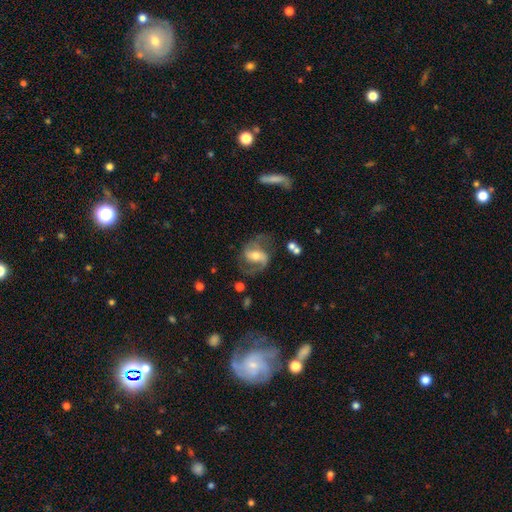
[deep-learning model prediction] Morphology: type=featured or disk (82%); edge-on=no (97%); bar=weak (41%); spiral arms=yes (93%); winding=medium (52%); arm count=2 (89%); bulge=moderate (64%); merging=none (66%).